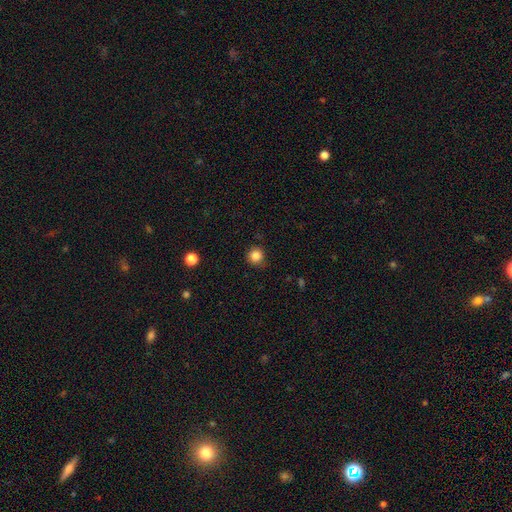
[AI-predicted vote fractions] A smooth galaxy with no disk features (85%) that is round (93%). Merging: none (86%).